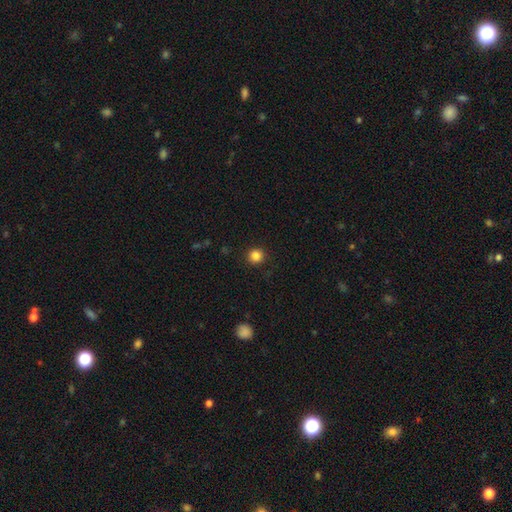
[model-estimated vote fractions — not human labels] This is clearly a smooth galaxy (85%). How rounded: clearly round (95%). Merging: clearly none (91%).